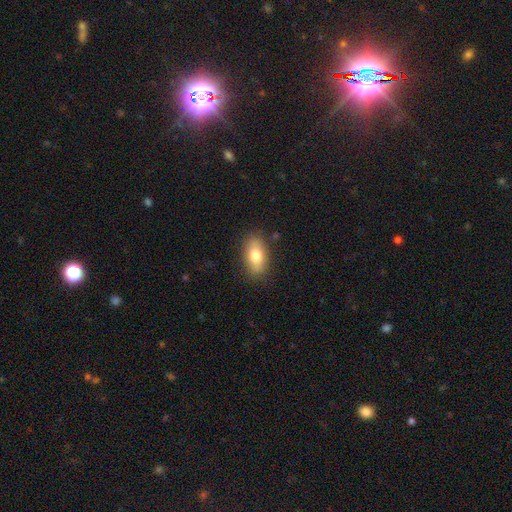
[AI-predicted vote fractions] Smooth or featured? Predicted: smooth (p=0.78). How rounded? Predicted: in between (p=0.89). Merging? Predicted: none (p=0.83).